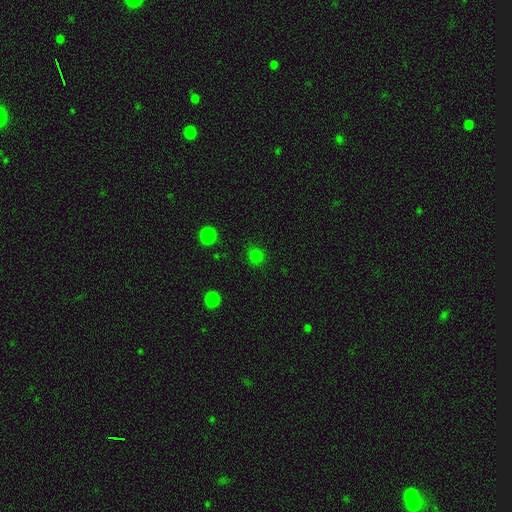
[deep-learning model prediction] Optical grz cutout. It shows a smooth galaxy with no disk features (77%) that is round (88%). Merging: none (86%).